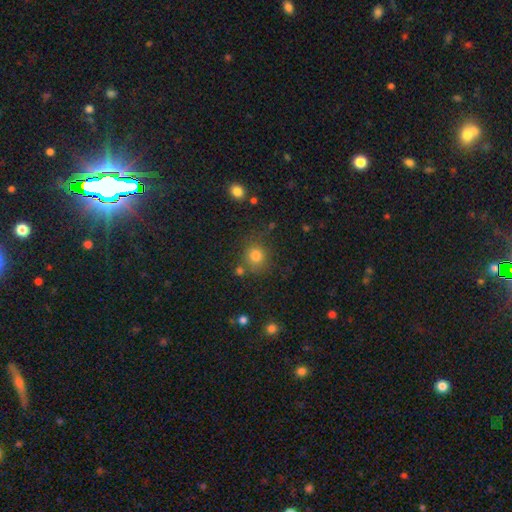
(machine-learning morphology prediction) This appears to be a smooth galaxy with no disk features (78%) that is round (85%). Merging: none (75%).